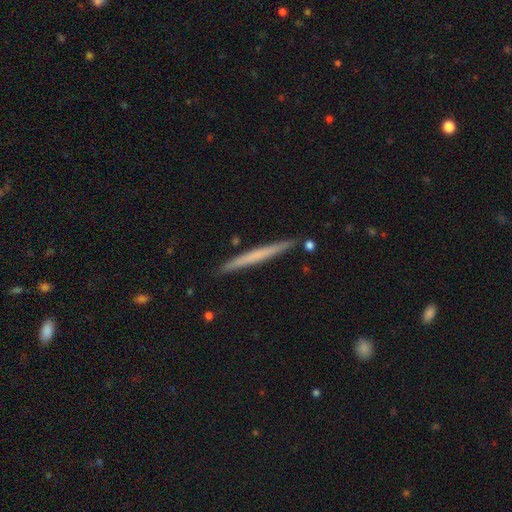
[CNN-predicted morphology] Smooth or featured? smooth (52%)
How rounded? cigar-shaped (97%)
Merging? none (90%)